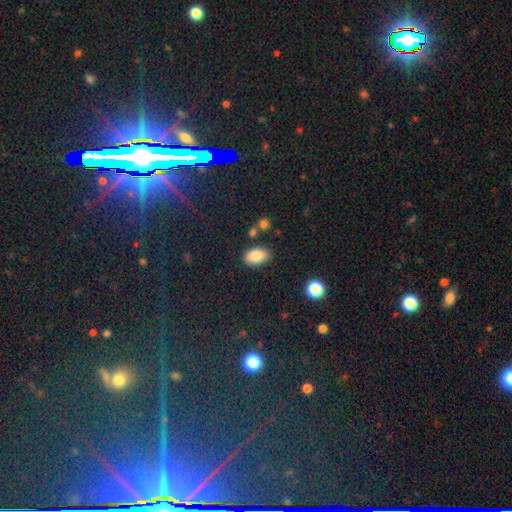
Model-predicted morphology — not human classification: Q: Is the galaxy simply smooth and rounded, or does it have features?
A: smooth — 86%.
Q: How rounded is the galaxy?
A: in between — 92%.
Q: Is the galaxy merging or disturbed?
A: none — 77%.